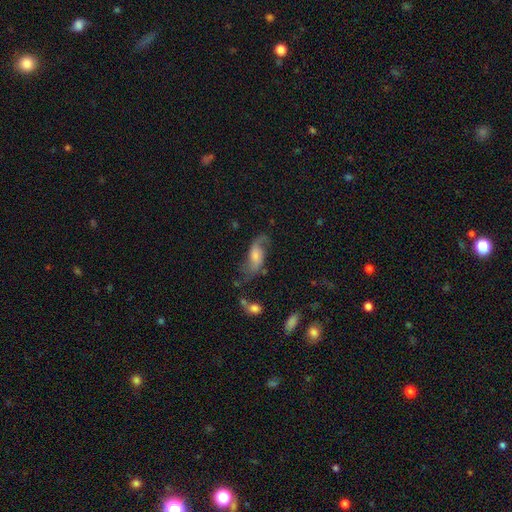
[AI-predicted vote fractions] Q: Smooth or featured?
A: featured or disk (65%); runner-up: smooth (27%)
Q: Edge-on disk?
A: no (91%); runner-up: yes (9%)
Q: Bar?
A: no (52%); runner-up: weak (37%)
Q: Spiral arms?
A: yes (90%); runner-up: no (10%)
Q: Spiral winding?
A: loose (69%); runner-up: medium (24%)
Q: Spiral arm count?
A: 2 (83%); runner-up: 1 (9%)
Q: Bulge size?
A: moderate (39%); runner-up: small (31%)
Q: Merging?
A: none (55%); runner-up: minor disturbance (23%)